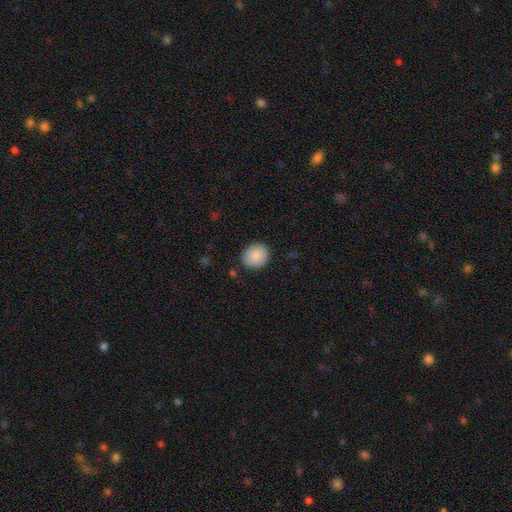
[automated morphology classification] smooth 87%, star or artifact 7%, featured or disk 6%. Down the decision tree: how rounded — round (74%); merging — none (87%).